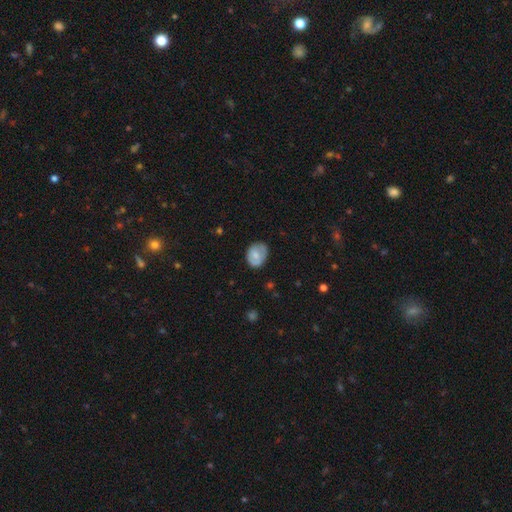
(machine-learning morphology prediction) The model was most divided on "how rounded": in between: 56%, round: 43%, cigar-shaped: 1%. More confident: merging — none (69%); smooth or featured — smooth (62%).